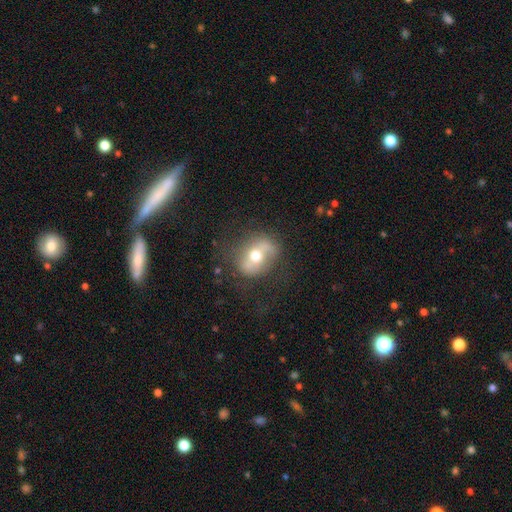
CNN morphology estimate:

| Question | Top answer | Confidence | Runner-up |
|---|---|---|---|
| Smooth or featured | featured or disk | 46% | smooth (45%) |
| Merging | none | 64% | minor disturbance (21%) |